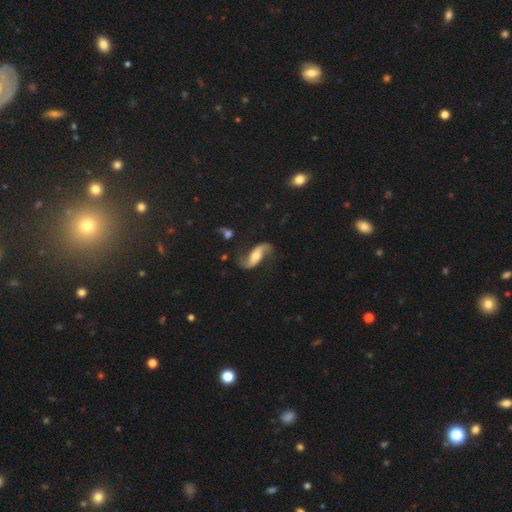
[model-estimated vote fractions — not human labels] Overall: featured or disk (83%). Edge-on disk: no (94%). Bar: no (40%; weak 32%). Spiral arms: yes (95%). Spiral arm count: 2 (93%). Spiral winding: loose (74%). Bulge size: moderate (56%; small 25%). Merging: none (72%).